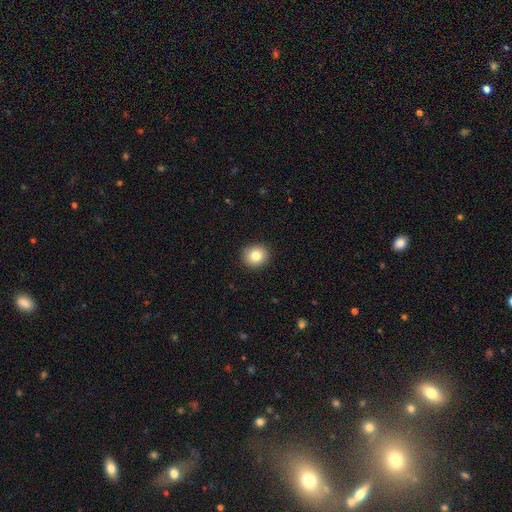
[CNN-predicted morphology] smooth-or-featured: smooth: 82% | star or artifact: 10% | featured or disk: 8%
  how-rounded: round: 85% | in between: 14% | cigar-shaped: 1%
  merging: none: 91% | minor disturbance: 7% | major disturbance: 2% | merger: 1%